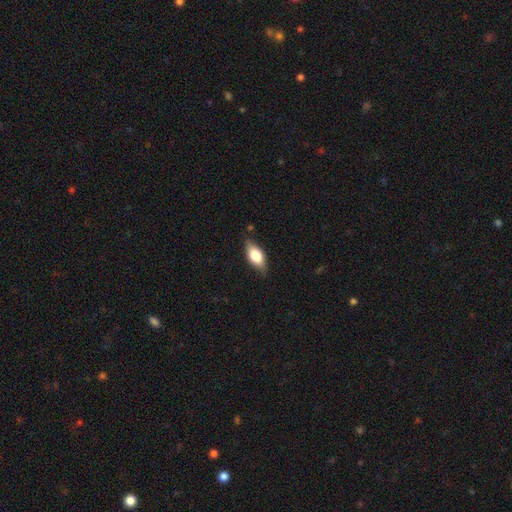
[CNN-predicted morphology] Smooth or featured: smooth — 69% (featured or disk — 24%)
How rounded: in between — 86% (cigar-shaped — 11%)
Merging: none — 79% (minor disturbance — 16%)